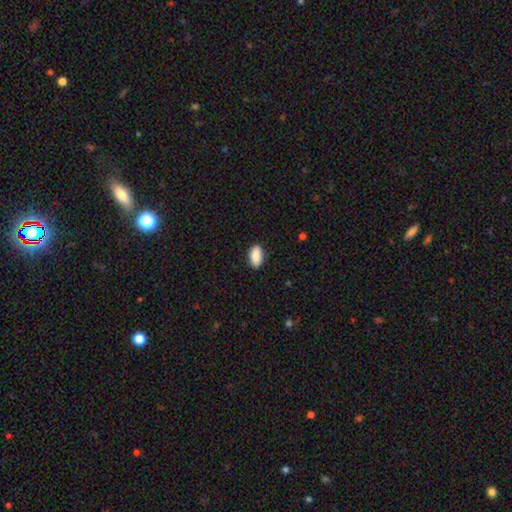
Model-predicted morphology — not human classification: Overall: smooth (90%). How rounded: in between (92%). Merging: none (89%).